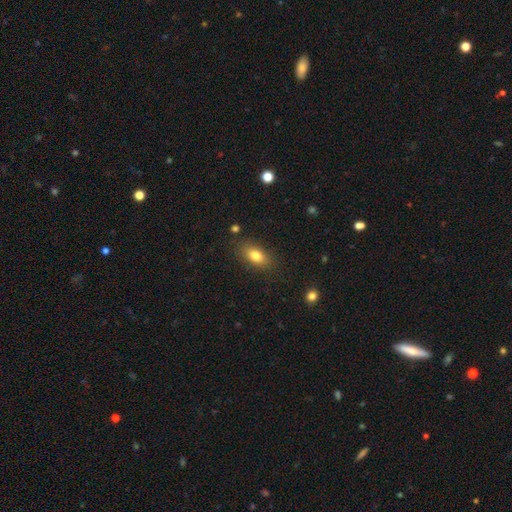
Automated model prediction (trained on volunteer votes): Smooth or featured?
  - smooth: 80% *
  - featured or disk: 11%
  - star or artifact: 9%
How rounded?
  - in between: 84% *
  - round: 10%
  - cigar-shaped: 6%
Merging?
  - none: 83% *
  - minor disturbance: 12%
  - major disturbance: 3%
  - merger: 2%